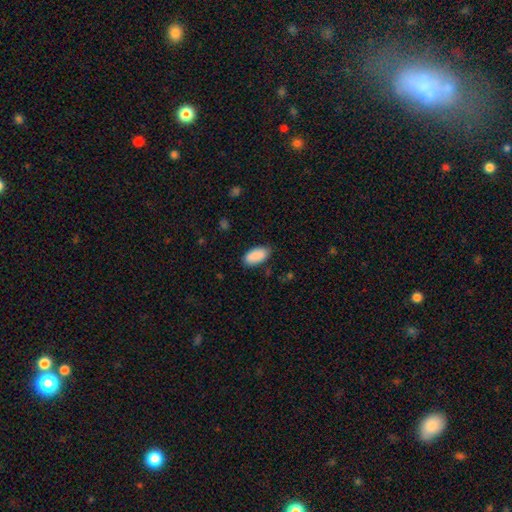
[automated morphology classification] Smooth or featured: smooth — 90% (star or artifact — 6%)
How rounded: in between — 94% (cigar-shaped — 3%)
Merging: none — 81% (minor disturbance — 15%)